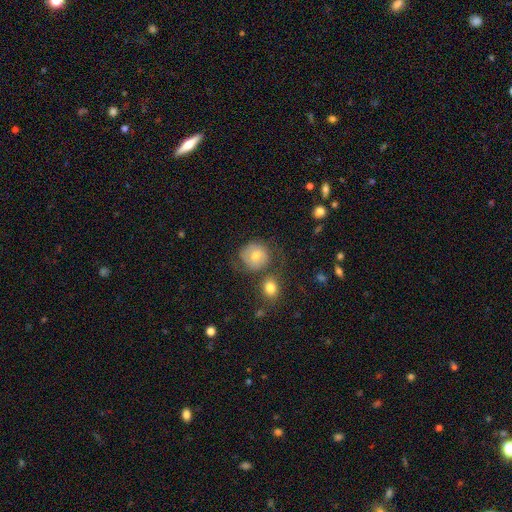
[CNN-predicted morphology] Smooth or featured? smooth (64%)
How rounded? round (86%)
Merging? none (52%)